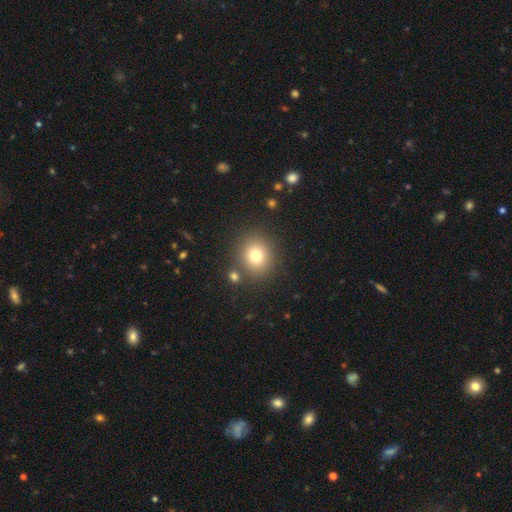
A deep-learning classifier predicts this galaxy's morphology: This appears to be a smooth galaxy with no disk features (76%) that is round (83%). Merging: none (82%).